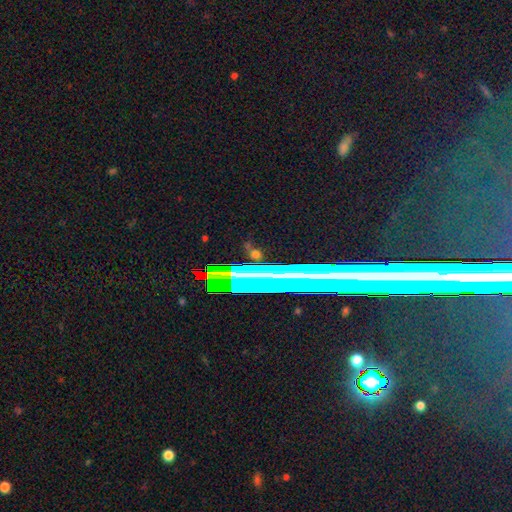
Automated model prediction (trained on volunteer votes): featured or disk 63%, star or artifact 22%, smooth 14%. Down the decision tree: edge-on disk — yes (69%); merging — none (80%).